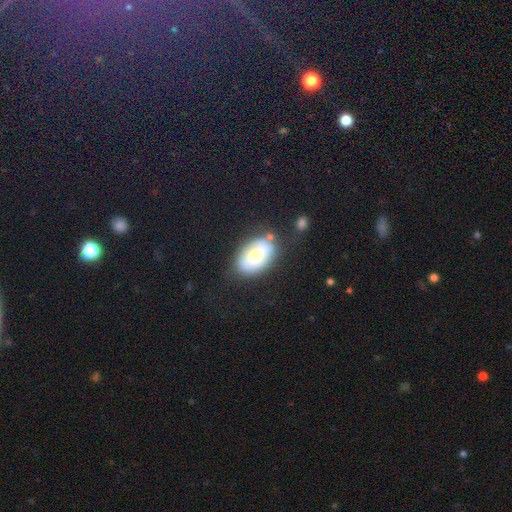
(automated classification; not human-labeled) Smooth or featured: smooth — 62% (featured or disk — 31%)
How rounded: in between — 90% (round — 9%)
Merging: none — 69% (minor disturbance — 19%)